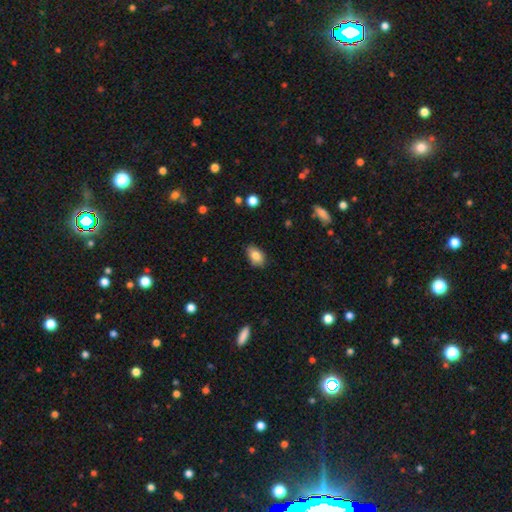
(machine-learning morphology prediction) smooth-or-featured: smooth: 82% | featured or disk: 10% | star or artifact: 8%
  how-rounded: in between: 86% | round: 13% | cigar-shaped: 1%
  merging: none: 82% | minor disturbance: 14% | major disturbance: 2% | merger: 1%